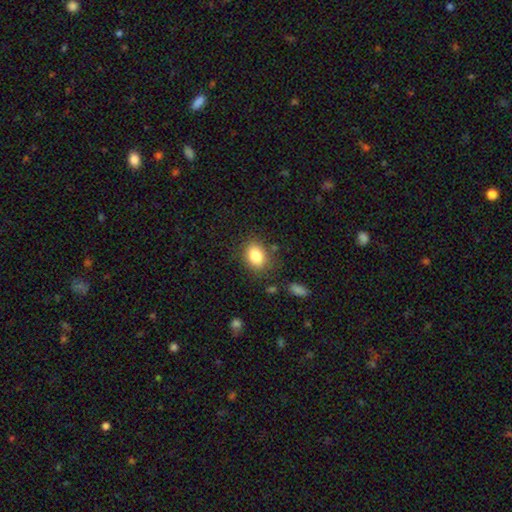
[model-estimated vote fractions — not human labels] Q: Smooth or featured?
A: smooth (84%); runner-up: star or artifact (9%)
Q: How rounded?
A: in between (70%); runner-up: round (28%)
Q: Merging?
A: none (80%); runner-up: minor disturbance (13%)